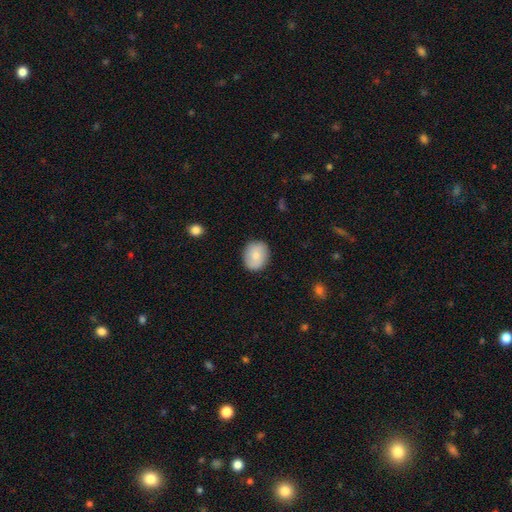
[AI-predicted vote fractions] smooth 79%, featured or disk 14%, star or artifact 7%. Down the decision tree: how rounded — round (63%); merging — none (86%).